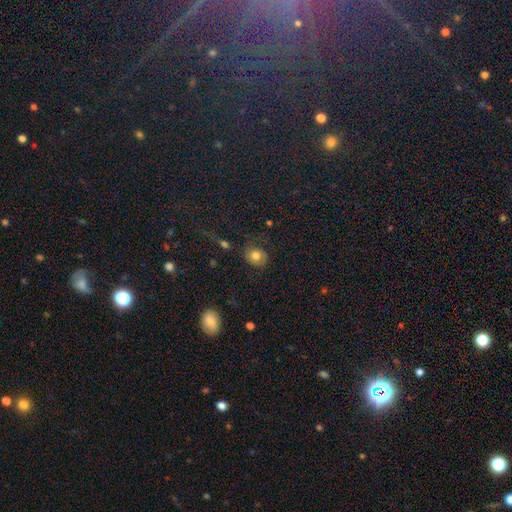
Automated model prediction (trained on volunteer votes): This is likely a smooth galaxy (75%). How rounded: likely round (66%). Merging: likely none (72%).